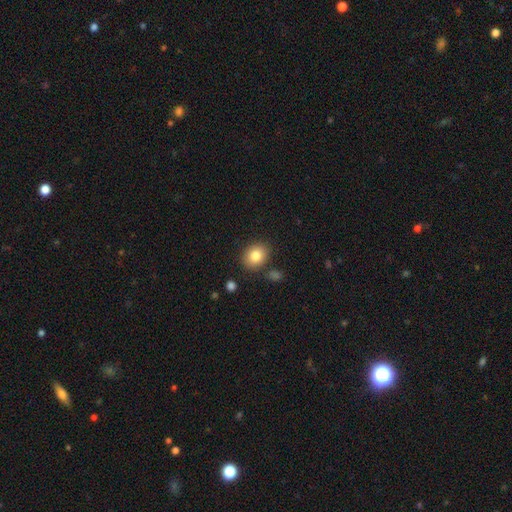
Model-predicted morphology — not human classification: smooth-or-featured: smooth: 83% | star or artifact: 9% | featured or disk: 8%
  how-rounded: round: 51% | in between: 48% | cigar-shaped: 1%
  merging: none: 84% | minor disturbance: 10% | merger: 4% | major disturbance: 3%